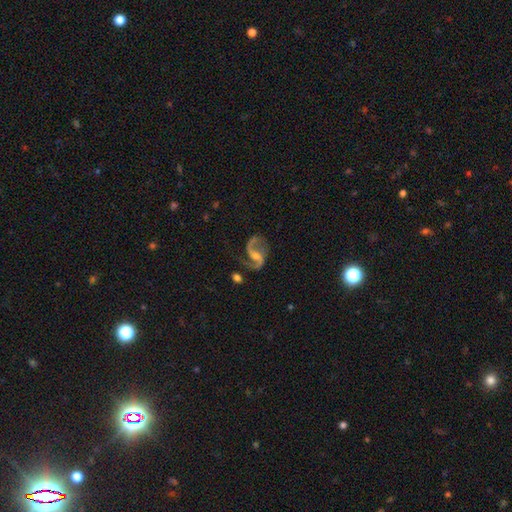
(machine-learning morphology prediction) Smooth or featured? Predicted: featured or disk (p=0.90). Edge-on disk? Predicted: no (p=0.98). Bar? Predicted: weak (p=0.49). Spiral arms? Predicted: yes (p=0.96). Spiral winding? Predicted: loose (p=0.51). Spiral arm count? Predicted: 2 (p=0.91). Bulge size? Predicted: small (p=0.44). Merging? Predicted: none (p=0.65).